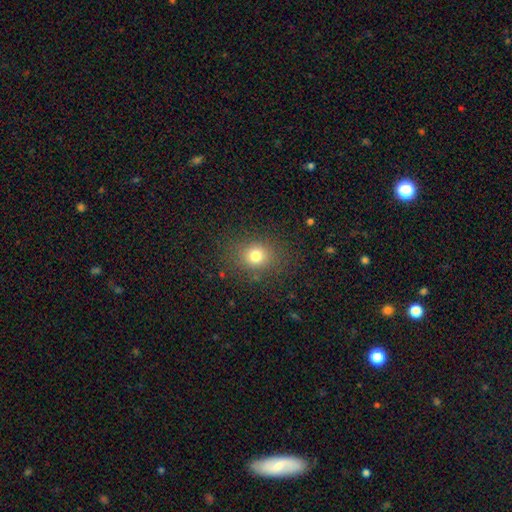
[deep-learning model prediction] Smooth or featured? Predicted: smooth (p=0.77). How rounded? Predicted: round (p=0.65). Merging? Predicted: none (p=0.84).